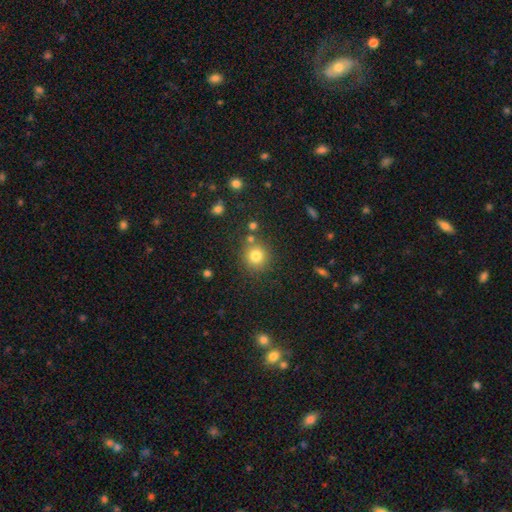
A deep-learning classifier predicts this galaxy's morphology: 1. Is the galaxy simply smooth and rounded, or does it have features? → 80% smooth, 13% star or artifact, 7% featured or disk.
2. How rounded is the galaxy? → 90% round, 9% in between, 1% cigar-shaped.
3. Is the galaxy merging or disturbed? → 79% none, 9% minor disturbance, 9% merger, 3% major disturbance.